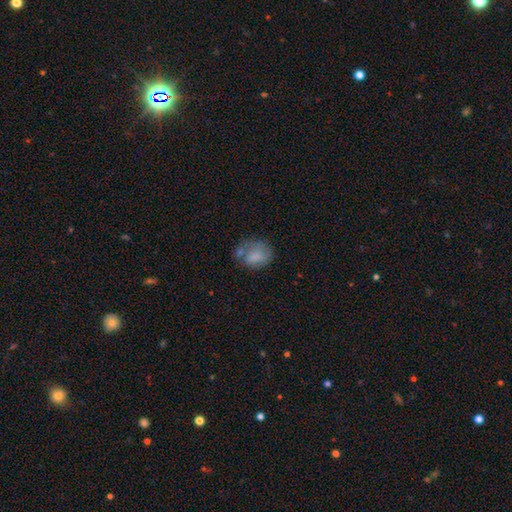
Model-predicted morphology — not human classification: A smooth galaxy with no disk features (76%) that is round (52%).

Vote fractions:
- Smooth or featured? smooth: 76% / featured or disk: 16% / star or artifact: 9%
- How rounded? round: 52% / in between: 47% / cigar-shaped: 1%
- Merging? none: 43% / minor disturbance: 24% / merger: 19% / major disturbance: 13%